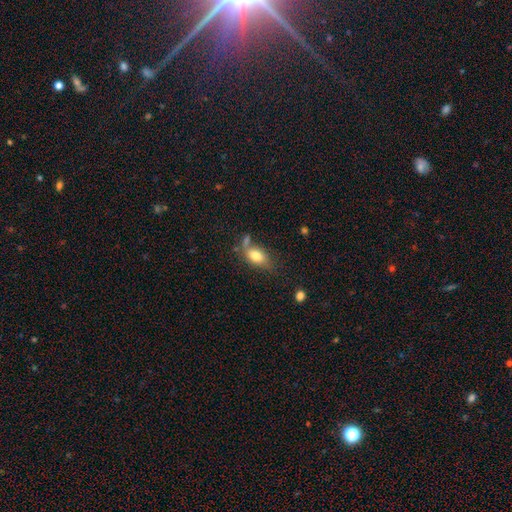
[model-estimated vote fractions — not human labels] Smooth or featured: smooth — 77% (featured or disk — 15%)
How rounded: in between — 86% (round — 9%)
Merging: none — 48% (minor disturbance — 21%)